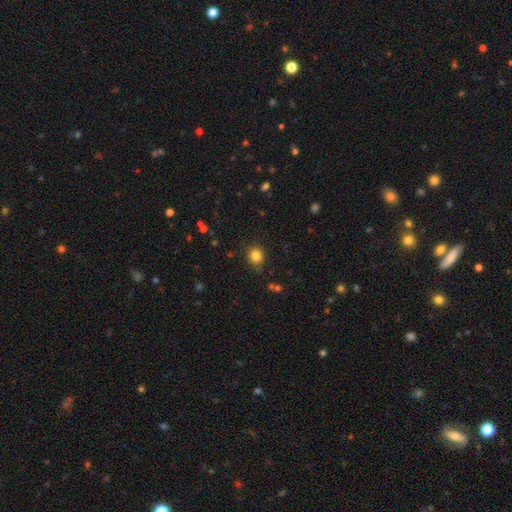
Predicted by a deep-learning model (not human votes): This is clearly a smooth galaxy (83%). How rounded: likely round (75%). Merging: clearly none (84%).